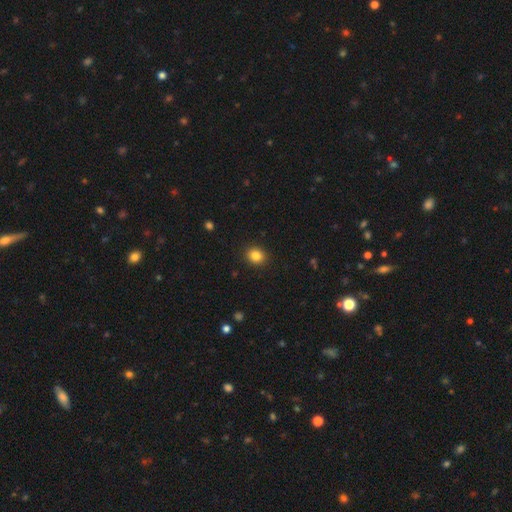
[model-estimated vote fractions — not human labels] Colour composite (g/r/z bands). It shows a smooth galaxy with no disk features (85%) that is round (69%). Merging: none (91%).